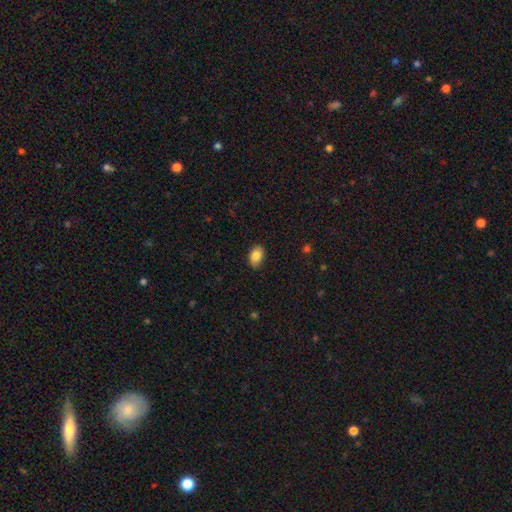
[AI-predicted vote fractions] Smooth or featured? smooth (85%)
How rounded? in between (87%)
Merging? none (84%)